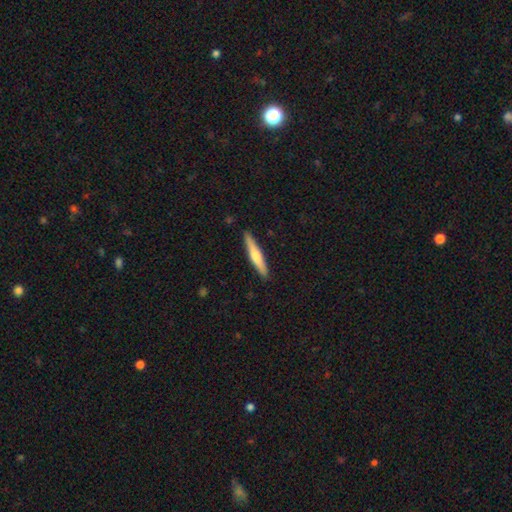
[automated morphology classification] A smooth galaxy with no disk features (50%).

Vote fractions:
- Smooth or featured? smooth: 50% / featured or disk: 46% / star or artifact: 5%
- Merging? none: 91% / minor disturbance: 7% / major disturbance: 1% / merger: 1%